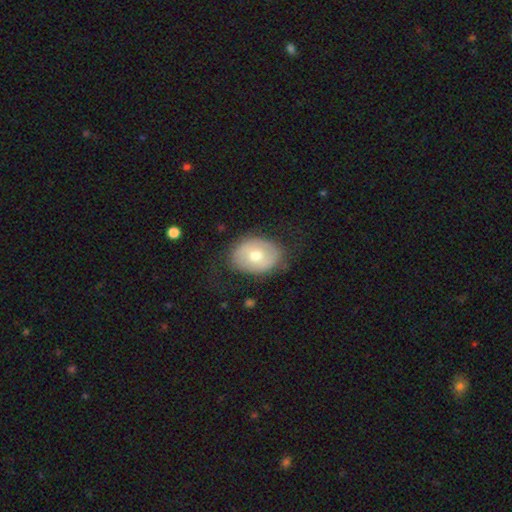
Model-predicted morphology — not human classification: The model was most divided on "smooth or featured": smooth: 57%, featured or disk: 37%, star or artifact: 7%. More confident: merging — none (73%); how rounded — in between (65%).